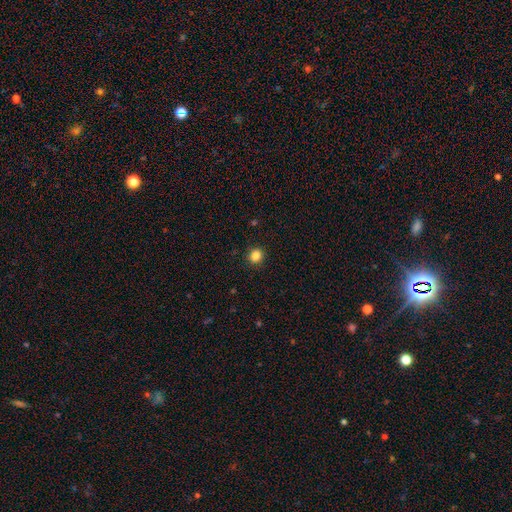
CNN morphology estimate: type=smooth (85%); roundness=round (83%); merging=none (91%).